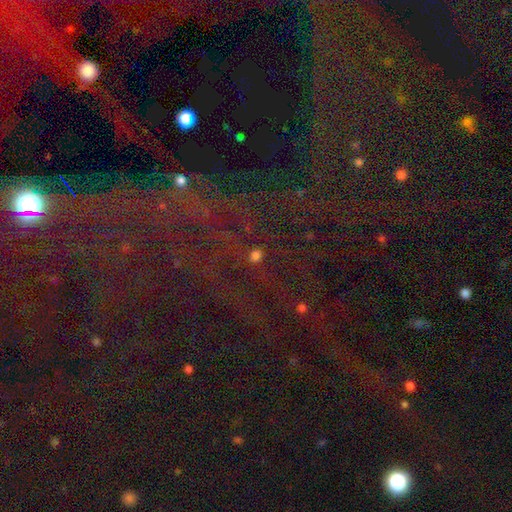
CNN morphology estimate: Overall: smooth (56%; star or artifact 36%). How rounded: round (77%). Merging: none (73%).